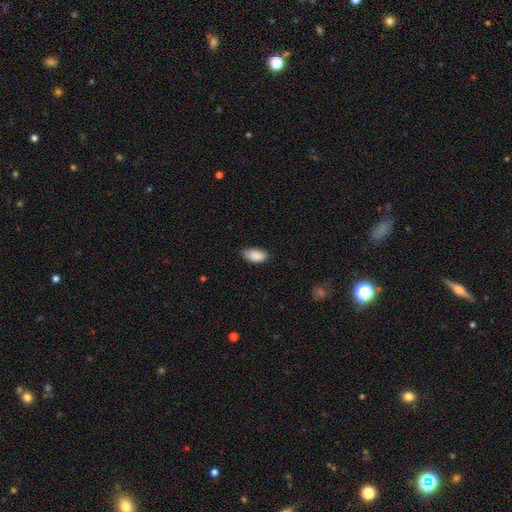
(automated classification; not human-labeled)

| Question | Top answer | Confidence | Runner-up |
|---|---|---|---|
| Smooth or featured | smooth | 89% | star or artifact (6%) |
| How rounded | in between | 95% | round (3%) |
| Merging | none | 78% | minor disturbance (19%) |